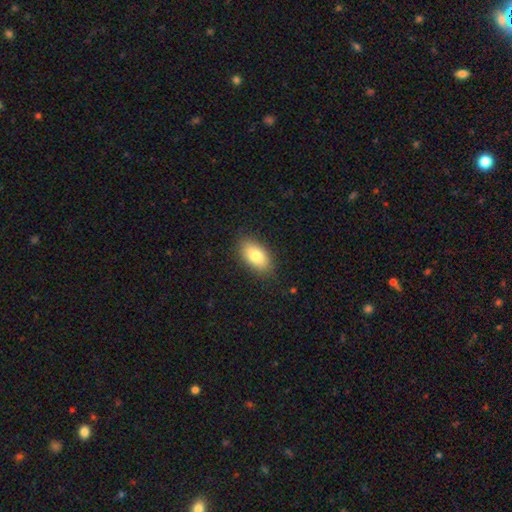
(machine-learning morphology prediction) The model was most divided on "smooth or featured": smooth: 80%, featured or disk: 13%, star or artifact: 7%. More confident: how rounded — in between (91%); merging — none (85%).